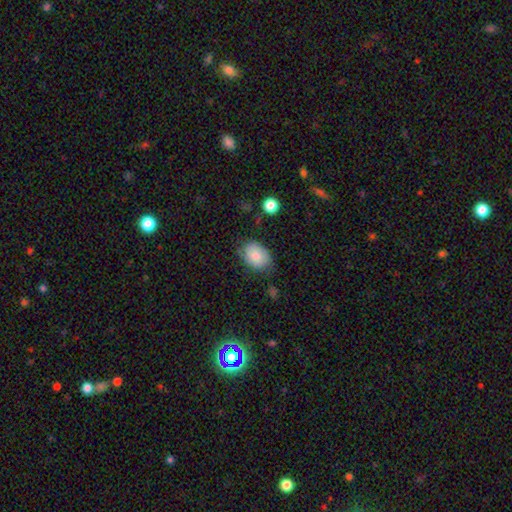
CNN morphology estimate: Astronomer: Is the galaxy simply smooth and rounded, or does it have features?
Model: smooth — 80%.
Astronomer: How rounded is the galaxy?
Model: in between — 71%.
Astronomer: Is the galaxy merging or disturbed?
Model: none — 69%.